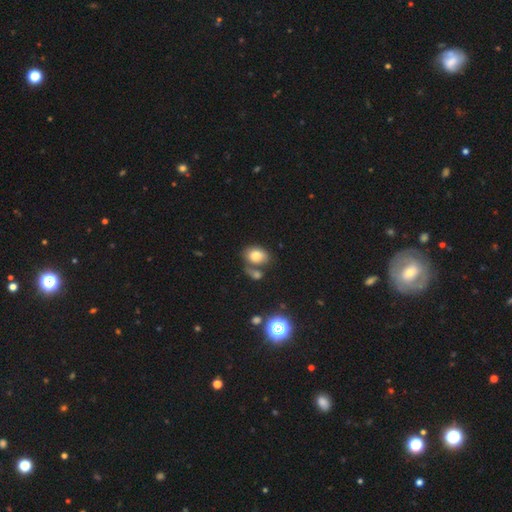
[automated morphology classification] Smooth or featured? smooth (78%)
How rounded? in between (69%)
Merging? none (50%)